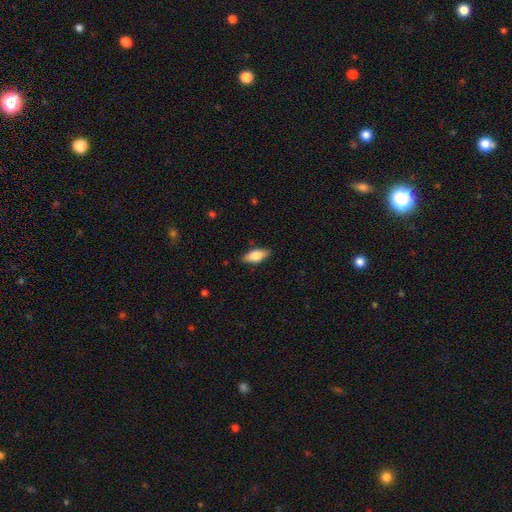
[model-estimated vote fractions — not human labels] The model was most divided on "smooth or featured": smooth: 72%, featured or disk: 21%, star or artifact: 6%. More confident: merging — none (85%); how rounded — in between (81%).